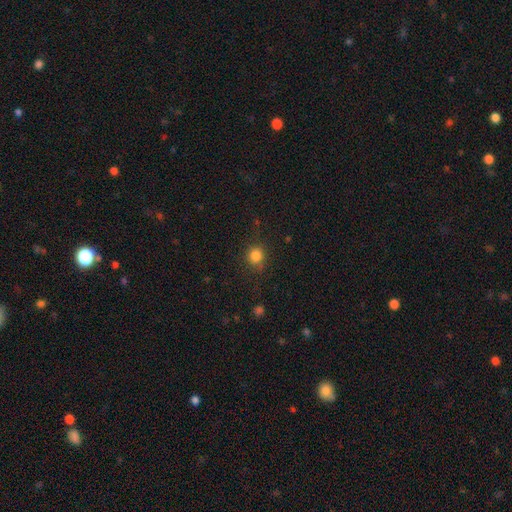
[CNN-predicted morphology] Smooth or featured?
  - smooth: 83% *
  - star or artifact: 12%
  - featured or disk: 4%
How rounded?
  - round: 89% *
  - in between: 10%
  - cigar-shaped: 1%
Merging?
  - none: 84% *
  - minor disturbance: 11%
  - major disturbance: 4%
  - merger: 2%